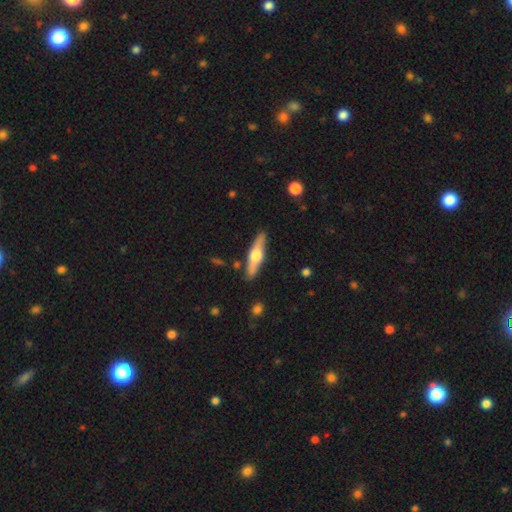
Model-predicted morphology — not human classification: A featured or disk galaxy (60%) viewed edge-on (93%) with a rounded central bulge (94%).

Vote fractions:
- Smooth or featured? featured or disk: 60% / smooth: 35% / star or artifact: 5%
- Edge-on disk? yes: 93% / no: 7%
- Edge-on bulge? rounded: 94% / boxy: 4% / none: 2%
- Merging? none: 87% / minor disturbance: 9% / merger: 2% / major disturbance: 2%